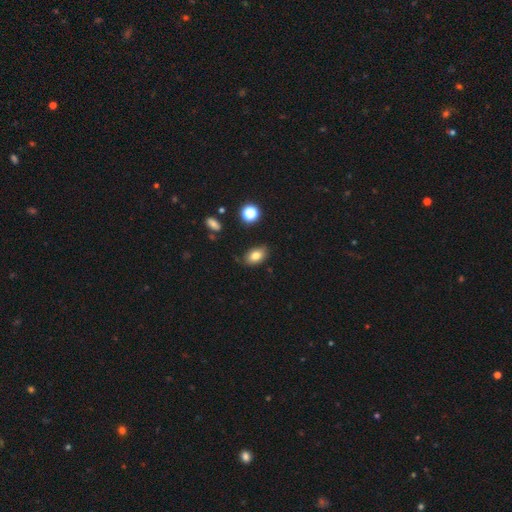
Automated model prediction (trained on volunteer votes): Q: Smooth or featured?
A: smooth (79%); runner-up: star or artifact (10%)
Q: How rounded?
A: in between (86%); runner-up: round (12%)
Q: Merging?
A: none (83%); runner-up: minor disturbance (13%)